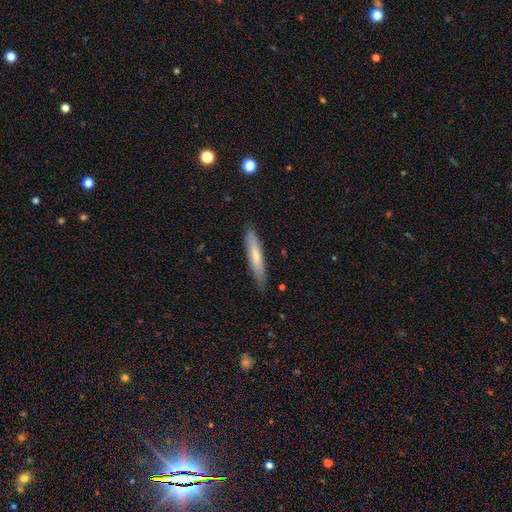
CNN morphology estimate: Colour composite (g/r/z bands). It shows a smooth galaxy with no disk features (62%) that is cigar-shaped (88%). Merging: none (84%).